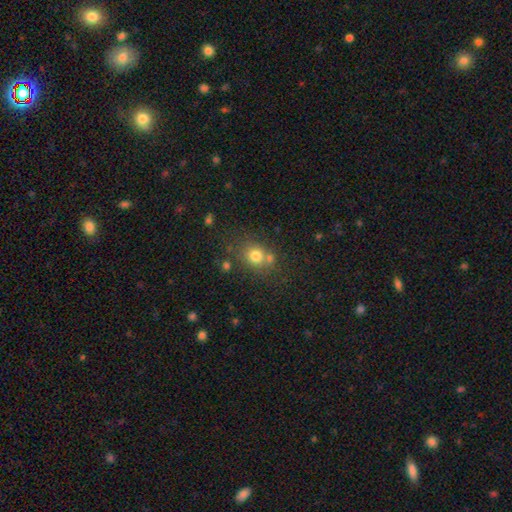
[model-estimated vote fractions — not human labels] This appears to be a smooth galaxy with no disk features (75%) that is round (71%). Merging: none (63%).